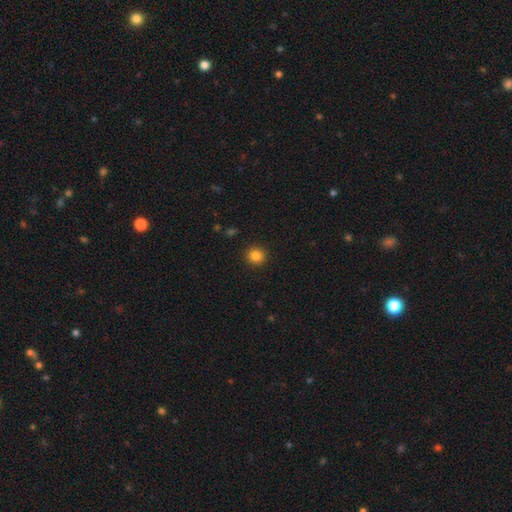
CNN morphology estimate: The model was most divided on "smooth or featured": smooth: 84%, star or artifact: 11%, featured or disk: 5%. More confident: how rounded — round (93%); merging — none (92%).